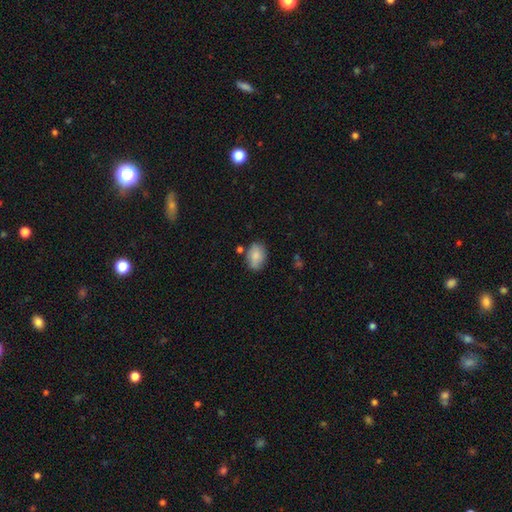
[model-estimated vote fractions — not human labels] smooth_or_featured: smooth (p=0.81) [alt: featured or disk p=0.12]
how_rounded: in between (p=0.79) [alt: round p=0.19]
merging: none (p=0.70) [alt: minor disturbance p=0.20]